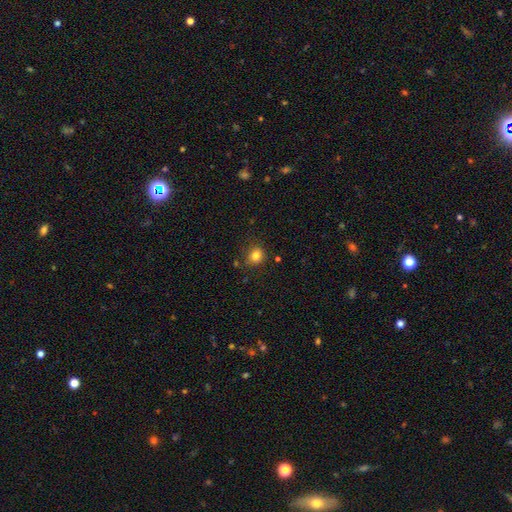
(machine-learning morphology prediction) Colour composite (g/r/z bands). It shows a smooth galaxy with no disk features (82%) that is round (74%). Merging: none (77%).